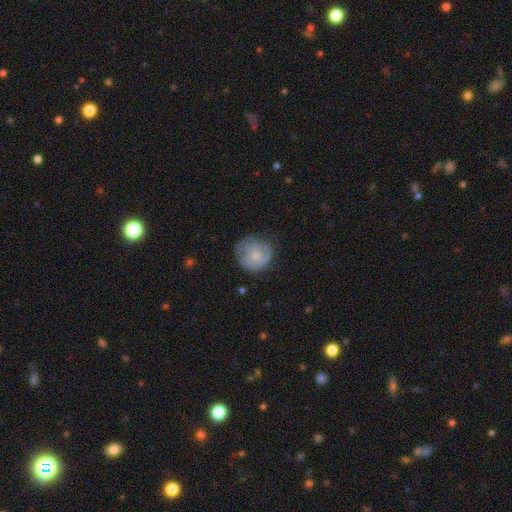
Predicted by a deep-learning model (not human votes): Smooth or featured? Predicted: smooth (p=0.49). Merging? Predicted: none (p=0.60).